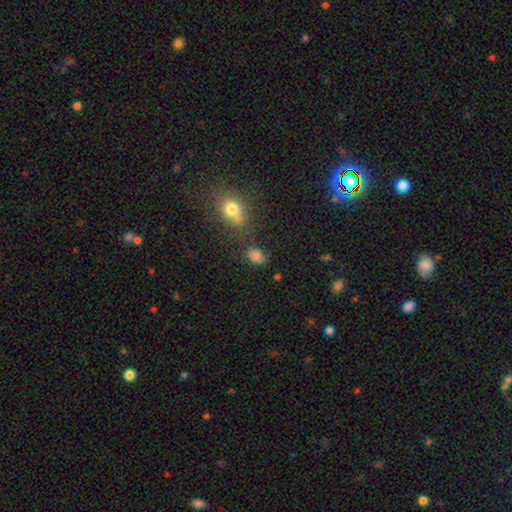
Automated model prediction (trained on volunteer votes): This is clearly a smooth galaxy (81%). How rounded: clearly in between (84%). Merging: likely none (70%).